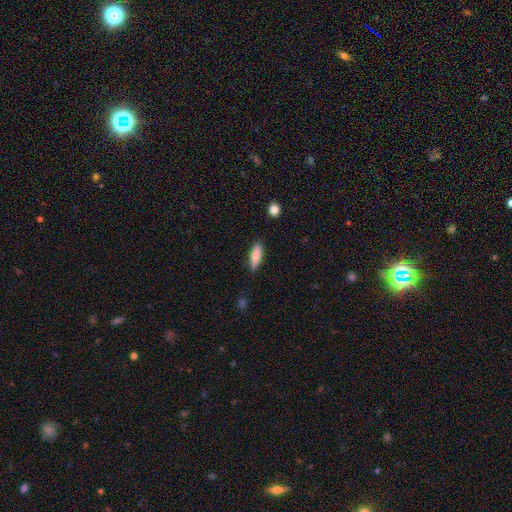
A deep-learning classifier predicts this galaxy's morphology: smooth 81%, featured or disk 13%, star or artifact 6%. Down the decision tree: how rounded — cigar-shaped (52%); merging — none (85%).